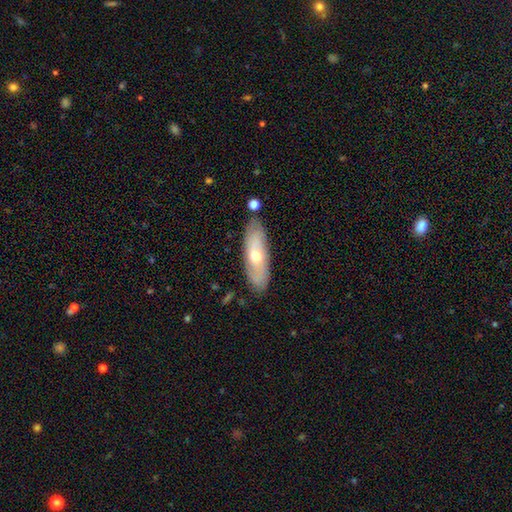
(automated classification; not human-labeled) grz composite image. It shows a smooth galaxy with no disk features (48%). Merging: none (80%).